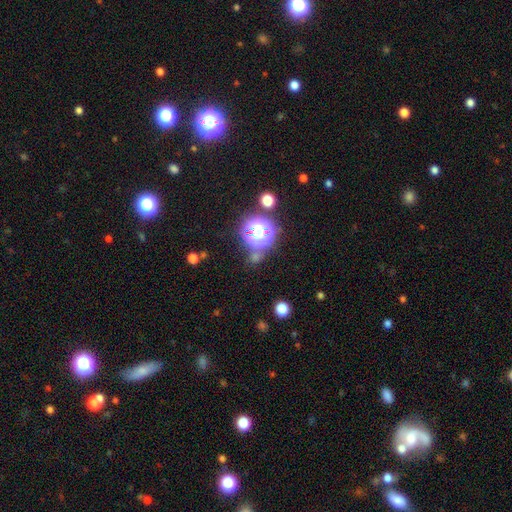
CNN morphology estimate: Smooth or featured?
  - star or artifact: 68% *
  - smooth: 23%
  - featured or disk: 9%